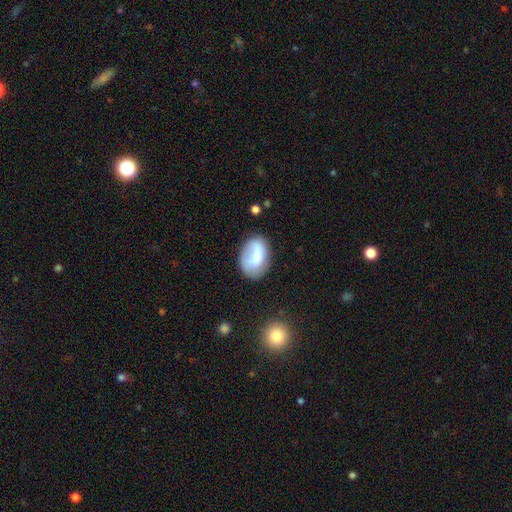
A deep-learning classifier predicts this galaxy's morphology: smooth_or_featured: smooth (p=0.69) [alt: featured or disk p=0.23]
how_rounded: in between (p=0.83) [alt: round p=0.16]
merging: none (p=0.56) [alt: minor disturbance p=0.26]